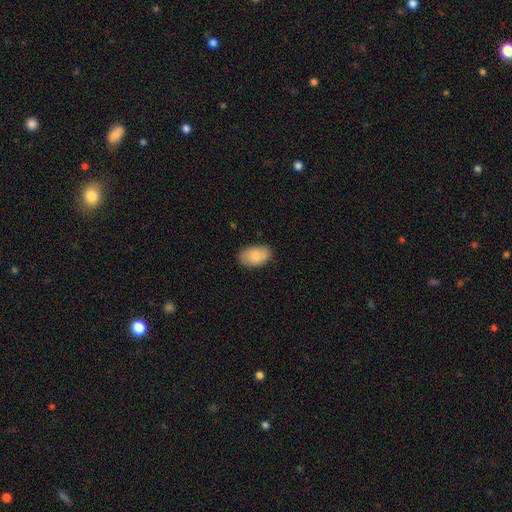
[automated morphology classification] Smooth or featured: smooth — 83% (featured or disk — 11%)
How rounded: in between — 92% (round — 7%)
Merging: none — 83% (minor disturbance — 13%)